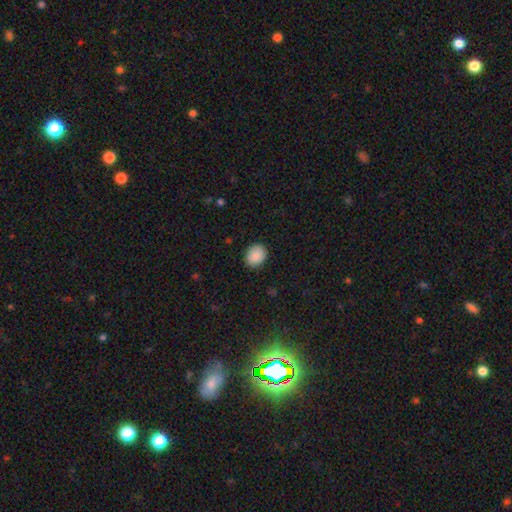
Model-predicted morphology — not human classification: A smooth galaxy with no disk features (90%) that is round (54%). Merging: none (88%).